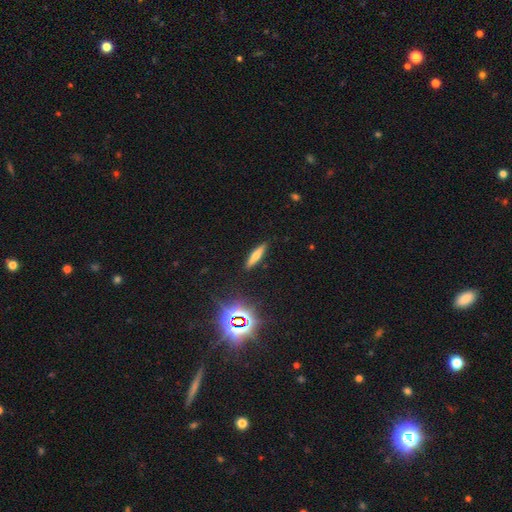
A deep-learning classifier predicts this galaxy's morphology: Q: Smooth or featured?
A: smooth (55%); runner-up: featured or disk (28%)
Q: How rounded?
A: cigar-shaped (80%); runner-up: in between (17%)
Q: Merging?
A: none (90%); runner-up: minor disturbance (7%)